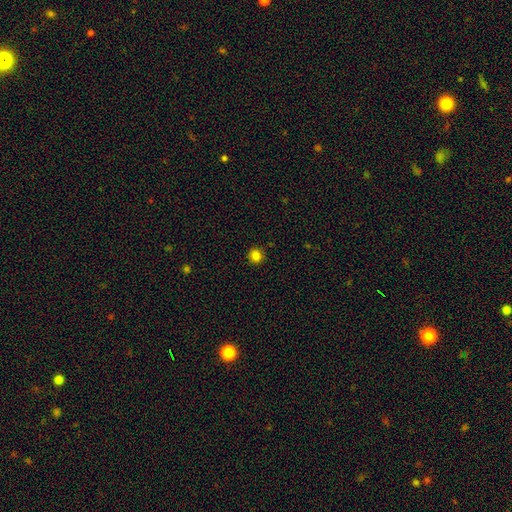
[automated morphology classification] This appears to be a smooth galaxy with no disk features (83%) that is round (92%). Merging: none (92%).